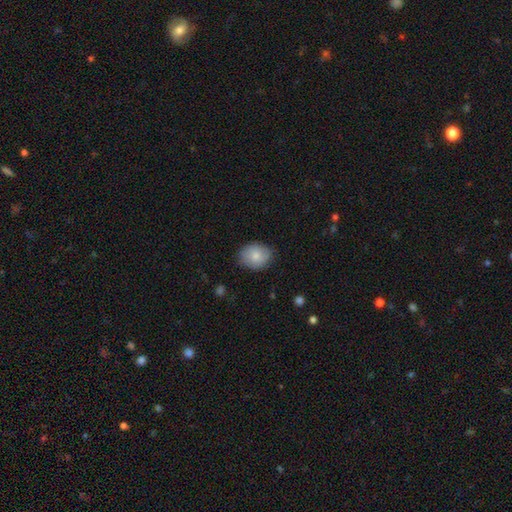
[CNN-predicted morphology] smooth_or_featured: smooth (p=0.81) [alt: featured or disk p=0.12]
how_rounded: round (p=0.59) [alt: in between p=0.41]
merging: none (p=0.79) [alt: minor disturbance p=0.17]